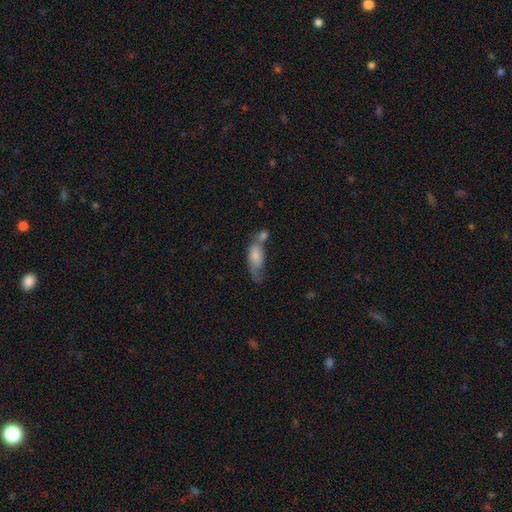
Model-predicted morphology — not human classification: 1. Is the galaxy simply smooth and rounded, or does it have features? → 68% smooth, 25% featured or disk, 7% star or artifact.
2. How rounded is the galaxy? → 78% in between, 18% cigar-shaped, 4% round.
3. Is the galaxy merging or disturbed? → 42% merger, 23% none, 19% minor disturbance, 16% major disturbance.